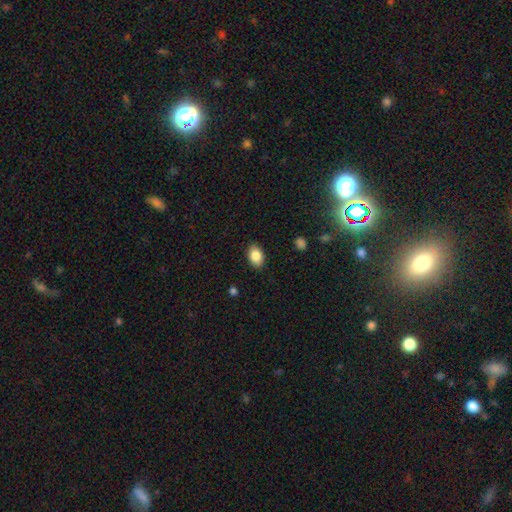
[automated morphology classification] type=smooth (85%); roundness=in between (87%); merging=none (88%).